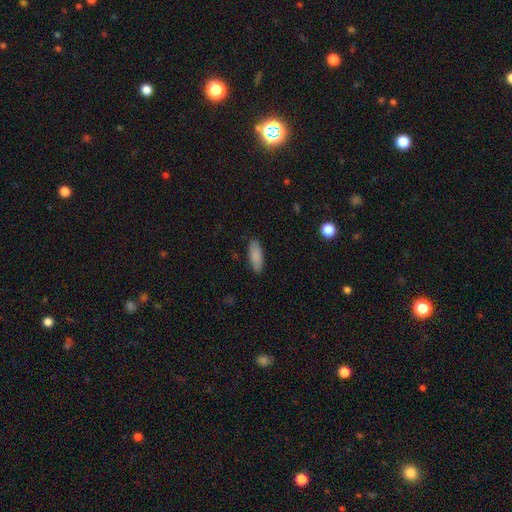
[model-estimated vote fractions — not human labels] The model was most divided on "how rounded": in between: 70%, cigar-shaped: 28%, round: 2%. More confident: merging — none (87%); smooth or featured — smooth (86%).